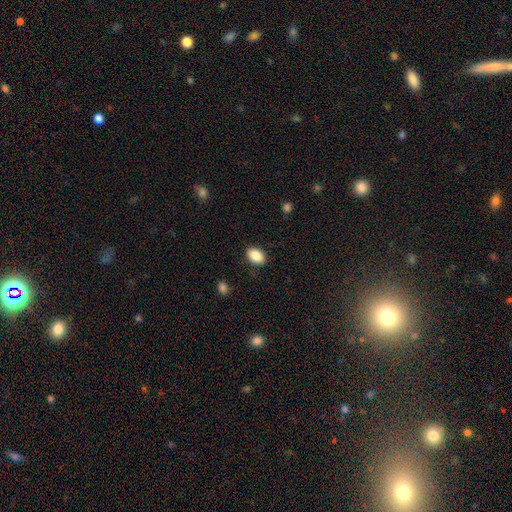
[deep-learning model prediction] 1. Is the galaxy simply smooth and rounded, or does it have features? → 87% smooth, 8% star or artifact, 5% featured or disk.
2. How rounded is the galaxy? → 85% in between, 14% round, 1% cigar-shaped.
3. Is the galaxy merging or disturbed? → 88% none, 9% minor disturbance, 2% major disturbance, 1% merger.